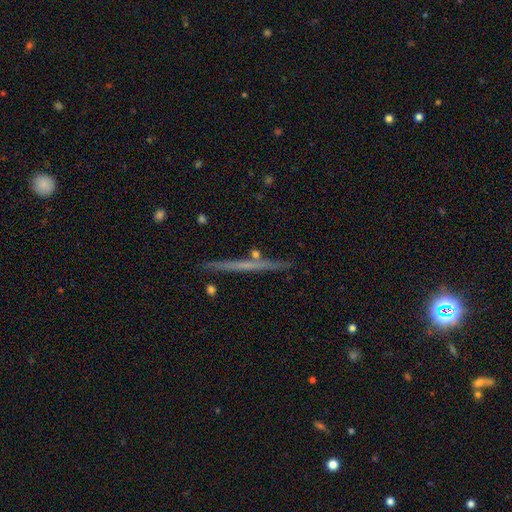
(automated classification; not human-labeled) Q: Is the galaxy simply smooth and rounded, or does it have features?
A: featured or disk — 52%.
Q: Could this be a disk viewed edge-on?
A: yes — 96%.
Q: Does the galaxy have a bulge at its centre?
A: none — 82%.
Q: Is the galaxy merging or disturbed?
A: none — 84%.